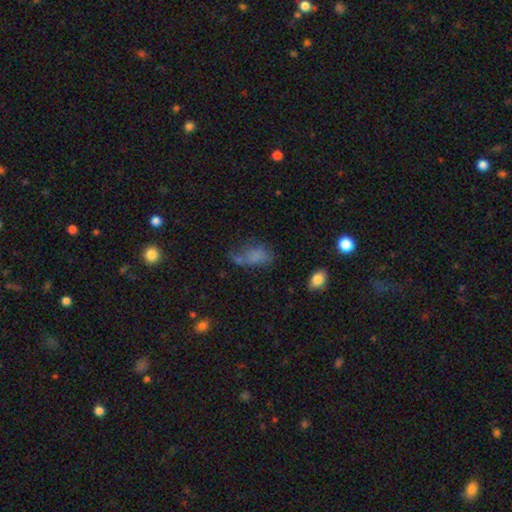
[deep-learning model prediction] smooth-or-featured: smooth: 70% | featured or disk: 16% | star or artifact: 14%
  how-rounded: in between: 88% | round: 9% | cigar-shaped: 3%
  merging: none: 34% | major disturbance: 26% | minor disturbance: 25% | merger: 15%